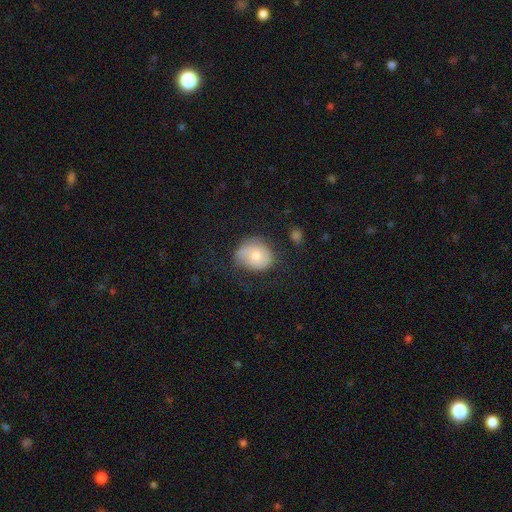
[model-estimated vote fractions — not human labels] Q: Smooth or featured?
A: smooth (63%); runner-up: featured or disk (30%)
Q: How rounded?
A: round (58%); runner-up: in between (41%)
Q: Merging?
A: none (51%); runner-up: minor disturbance (30%)